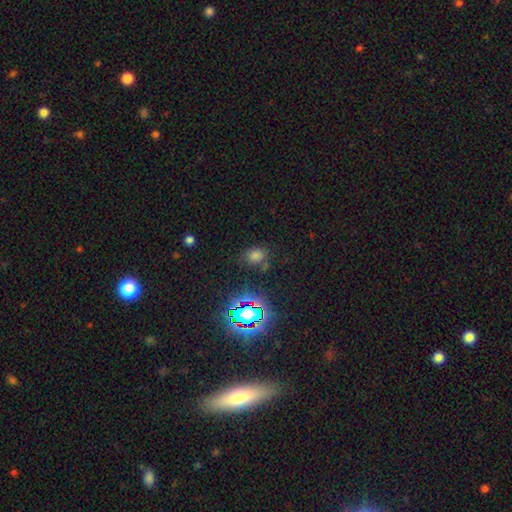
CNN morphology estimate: smooth-or-featured: smooth: 58% | star or artifact: 35% | featured or disk: 7%
  how-rounded: round: 51% | in between: 47% | cigar-shaped: 2%
  merging: none: 73% | minor disturbance: 16% | major disturbance: 6% | merger: 5%